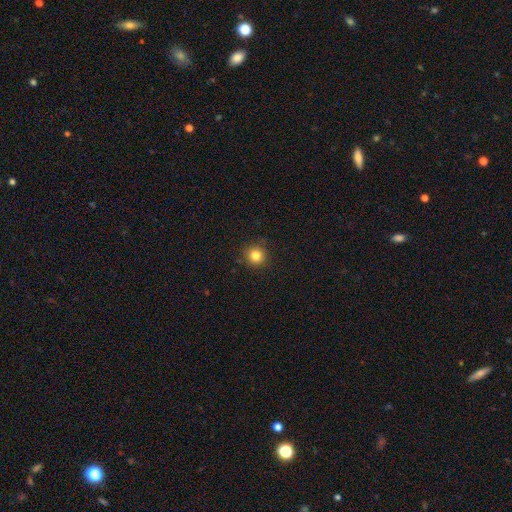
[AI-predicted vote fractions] Smooth or featured? Predicted: smooth (p=0.83). How rounded? Predicted: round (p=0.94). Merging? Predicted: none (p=0.89).